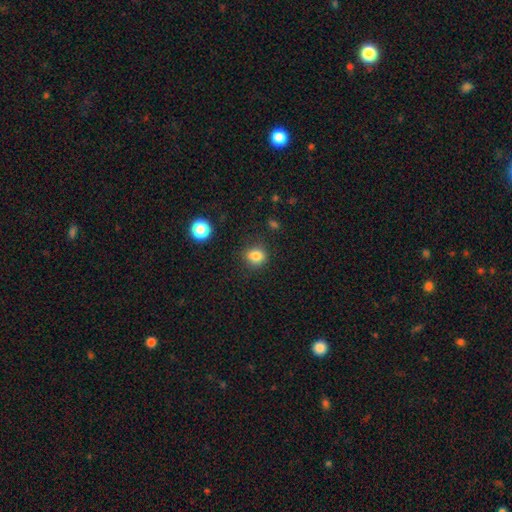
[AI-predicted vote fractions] Overall: smooth (83%). How rounded: round (78%). Merging: none (83%).